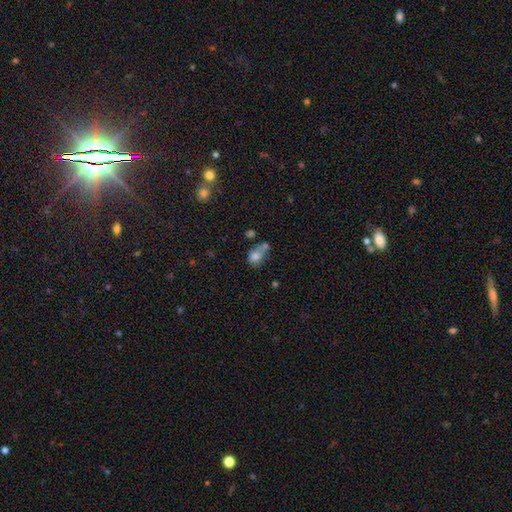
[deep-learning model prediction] Smooth or featured?
  - smooth: 71% *
  - featured or disk: 17%
  - star or artifact: 13%
How rounded?
  - in between: 57% *
  - round: 41%
  - cigar-shaped: 2%
Merging?
  - merger: 38% *
  - none: 29%
  - minor disturbance: 19%
  - major disturbance: 13%